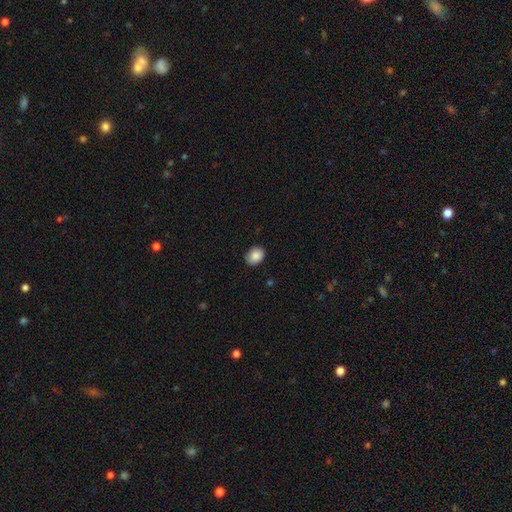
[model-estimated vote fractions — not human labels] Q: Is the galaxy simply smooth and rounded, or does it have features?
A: smooth — 87%.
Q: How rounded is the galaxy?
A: in between — 56%.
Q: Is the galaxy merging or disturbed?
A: none — 83%.